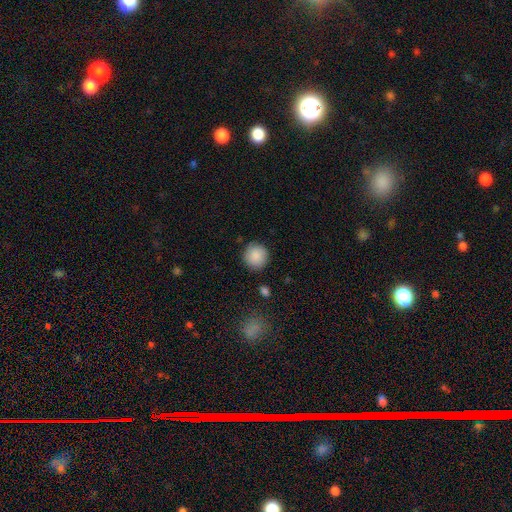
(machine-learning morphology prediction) This is clearly a smooth galaxy (88%). How rounded: clearly round (92%). Merging: clearly none (87%).